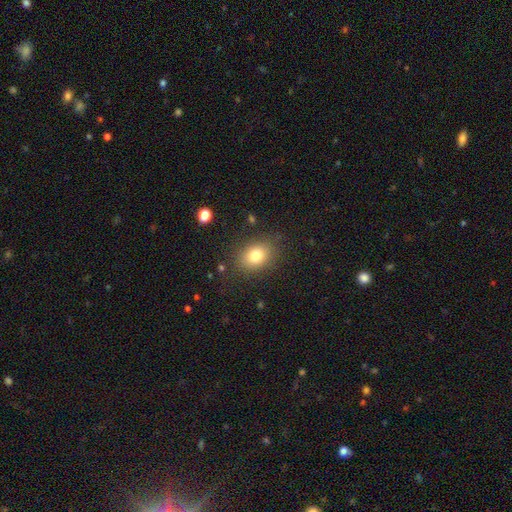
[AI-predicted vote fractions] Morphology: type=smooth (79%); roundness=in between (64%); merging=none (83%).